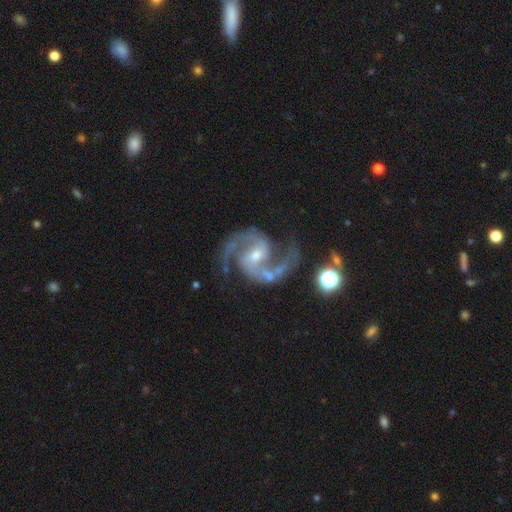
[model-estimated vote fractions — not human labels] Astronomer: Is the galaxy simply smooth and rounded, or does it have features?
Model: featured or disk — 93%.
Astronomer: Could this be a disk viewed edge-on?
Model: no — 98%.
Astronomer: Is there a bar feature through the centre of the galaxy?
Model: weak — 44% (runner-up: strong, 28%).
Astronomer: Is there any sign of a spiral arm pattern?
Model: yes — 99%.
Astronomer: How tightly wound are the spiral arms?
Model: medium — 69%.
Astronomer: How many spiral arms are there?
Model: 2 — 93%.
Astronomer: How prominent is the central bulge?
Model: small — 55% (runner-up: moderate, 40%).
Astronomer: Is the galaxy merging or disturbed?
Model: none — 71%.